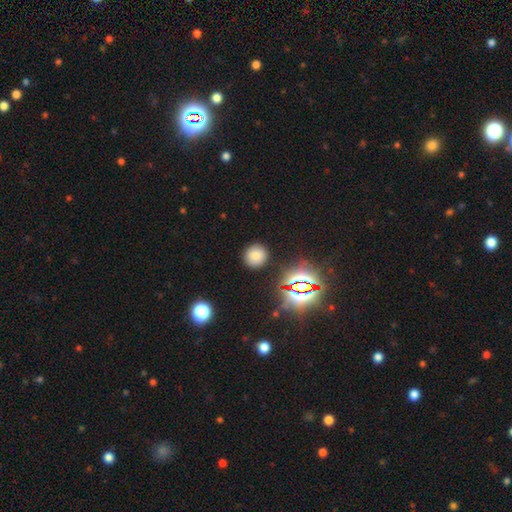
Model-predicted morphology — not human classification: Smooth or featured? Predicted: smooth (p=0.74). How rounded? Predicted: round (p=0.88). Merging? Predicted: none (p=0.89).